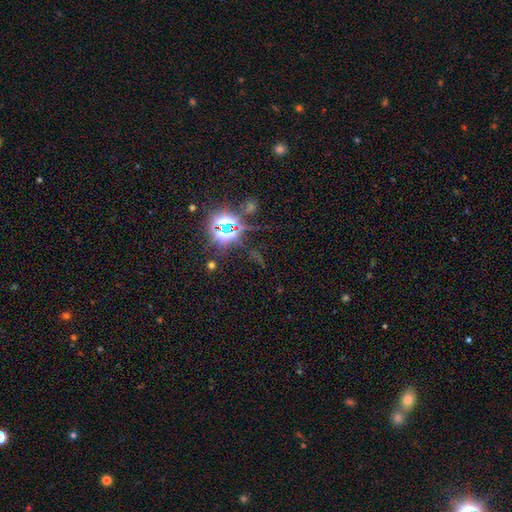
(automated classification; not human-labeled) Smooth or featured?
  - star or artifact: 79% *
  - smooth: 12%
  - featured or disk: 9%